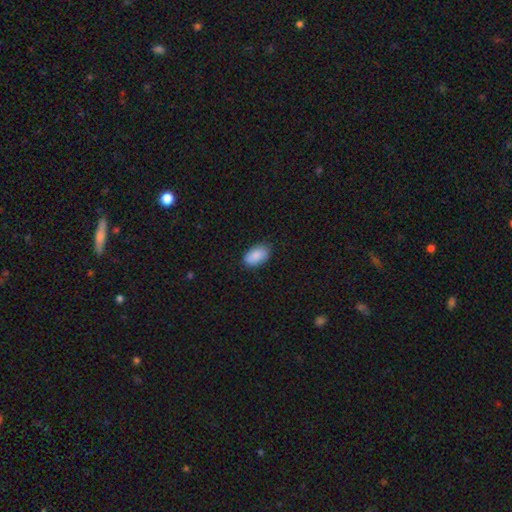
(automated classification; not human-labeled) Morphology: type=smooth (89%); roundness=in between (93%); merging=none (84%).